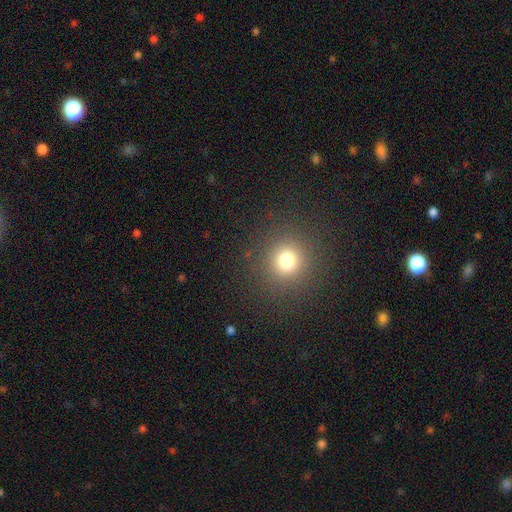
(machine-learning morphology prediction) A smooth galaxy with no disk features (63%) that is round (94%).

Vote fractions:
- Smooth or featured? smooth: 63% / star or artifact: 30% / featured or disk: 7%
- How rounded? round: 94% / in between: 5% / cigar-shaped: 1%
- Merging? none: 93% / minor disturbance: 4% / major disturbance: 2% / merger: 1%